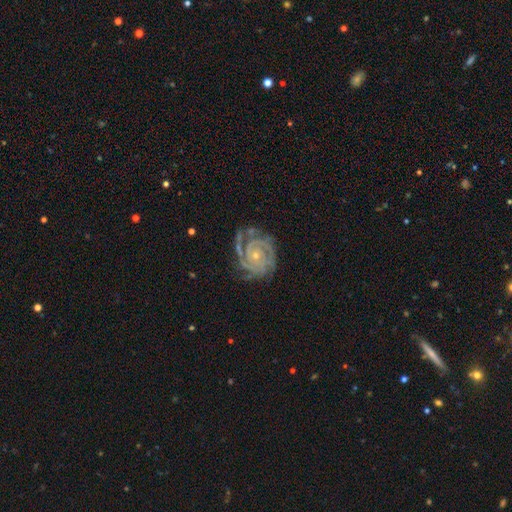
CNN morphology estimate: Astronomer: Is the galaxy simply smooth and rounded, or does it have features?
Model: featured or disk — 91%.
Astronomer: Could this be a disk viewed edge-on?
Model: no — 98%.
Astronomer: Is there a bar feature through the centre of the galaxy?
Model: no — 77%.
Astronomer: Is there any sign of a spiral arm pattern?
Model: yes — 98%.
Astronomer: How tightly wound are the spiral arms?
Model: tight — 79%.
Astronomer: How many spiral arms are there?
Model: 3 — 34% (runner-up: 2, 26%).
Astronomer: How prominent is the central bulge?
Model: small — 73%.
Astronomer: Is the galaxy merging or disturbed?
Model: none — 71%.